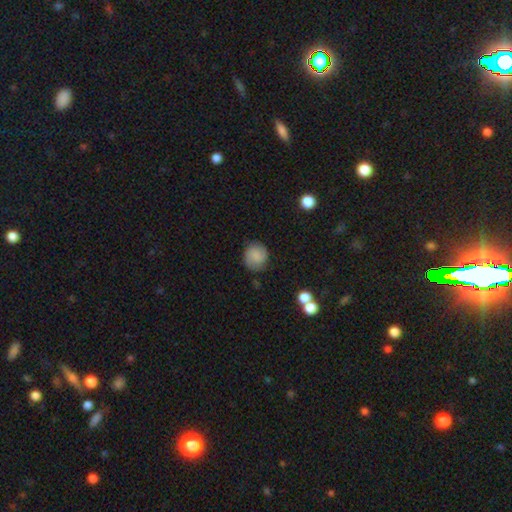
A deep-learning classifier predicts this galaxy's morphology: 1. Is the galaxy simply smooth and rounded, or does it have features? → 67% smooth, 25% featured or disk, 9% star or artifact.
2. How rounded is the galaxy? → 83% round, 16% in between, 1% cigar-shaped.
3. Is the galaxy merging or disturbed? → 79% none, 15% minor disturbance, 5% major disturbance, 2% merger.